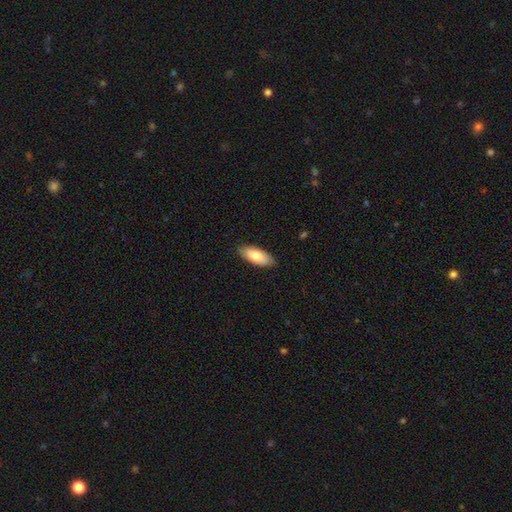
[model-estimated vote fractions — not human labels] Smooth or featured?
  - smooth: 79% *
  - featured or disk: 15%
  - star or artifact: 6%
How rounded?
  - in between: 81% *
  - cigar-shaped: 17%
  - round: 2%
Merging?
  - none: 88% *
  - minor disturbance: 9%
  - major disturbance: 2%
  - merger: 1%